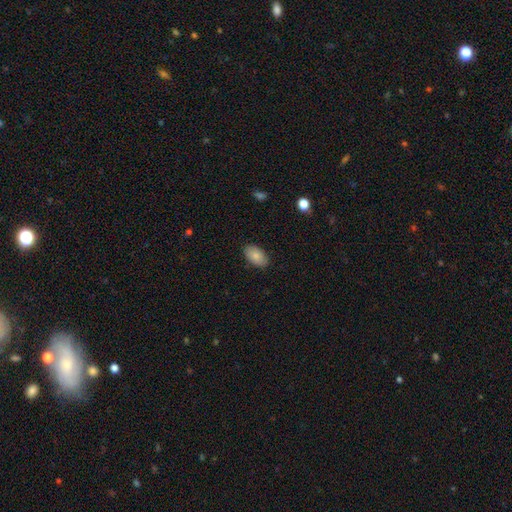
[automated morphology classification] Smooth or featured: smooth — 85% (featured or disk — 9%)
How rounded: in between — 93% (round — 6%)
Merging: none — 87% (minor disturbance — 10%)